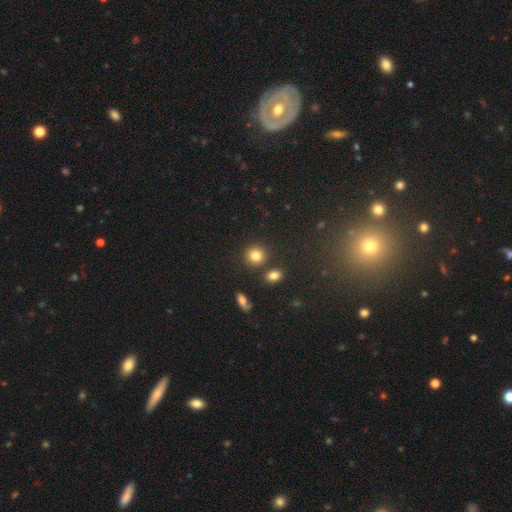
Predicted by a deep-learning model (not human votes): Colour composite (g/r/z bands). It shows a smooth galaxy with no disk features (83%) that is round (87%). Merging: none (81%).